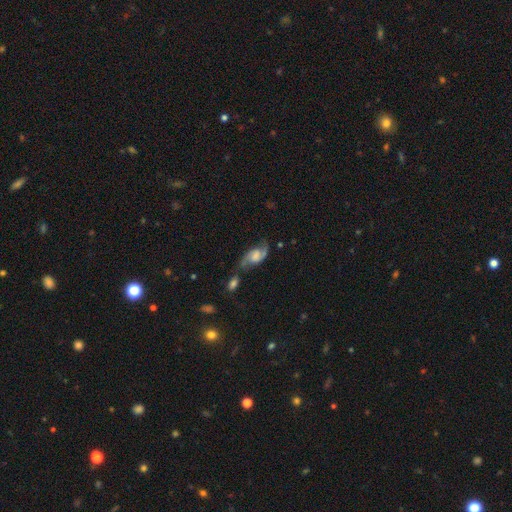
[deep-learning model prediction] This is likely a featured or disk galaxy (75%). It is clearly not viewed edge-on (95%). Bar: possibly no (47%). Spiral arm pattern: clearly yes (93%). Spiral arm count: clearly 2 (89%). Spiral winding: possibly loose (54%). Central bulge: marginally none (28%). Merging: possibly none (51%).